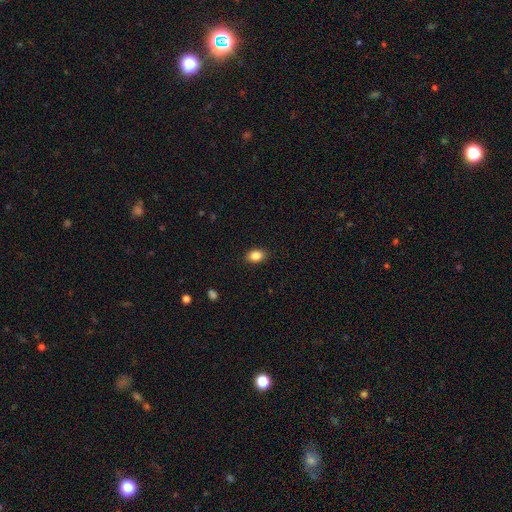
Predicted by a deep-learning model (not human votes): Q: Smooth or featured?
A: smooth (87%); runner-up: star or artifact (9%)
Q: How rounded?
A: in between (80%); runner-up: round (19%)
Q: Merging?
A: none (89%); runner-up: minor disturbance (8%)